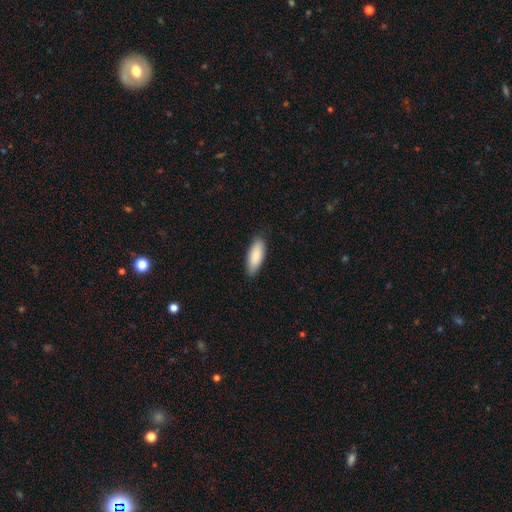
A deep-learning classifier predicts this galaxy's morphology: Smooth or featured? Predicted: smooth (p=0.86). How rounded? Predicted: in between (p=0.75). Merging? Predicted: none (p=0.85).